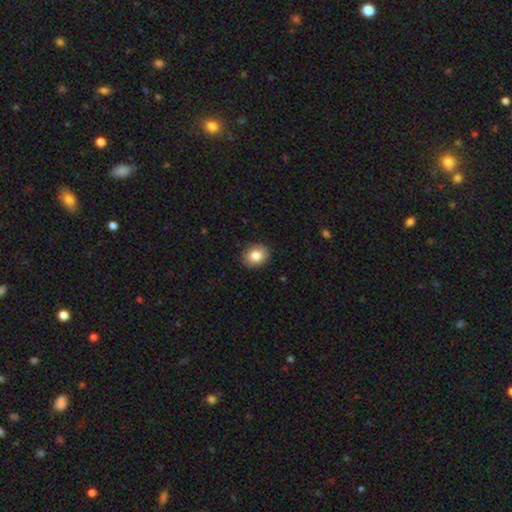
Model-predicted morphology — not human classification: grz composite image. It shows a smooth galaxy with no disk features (83%) that is round (55%). Merging: none (90%).